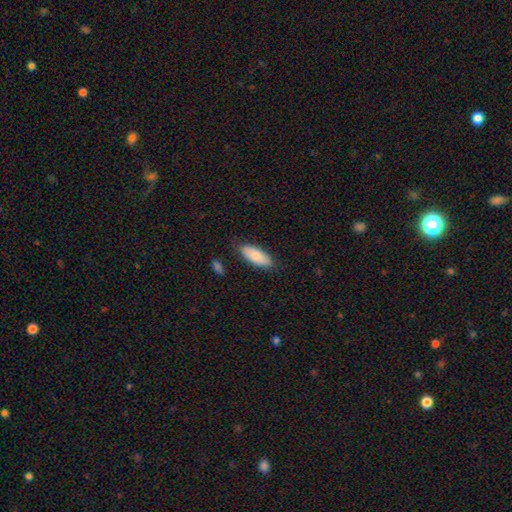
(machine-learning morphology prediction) Smooth or featured? smooth (81%)
How rounded? in between (83%)
Merging? none (80%)